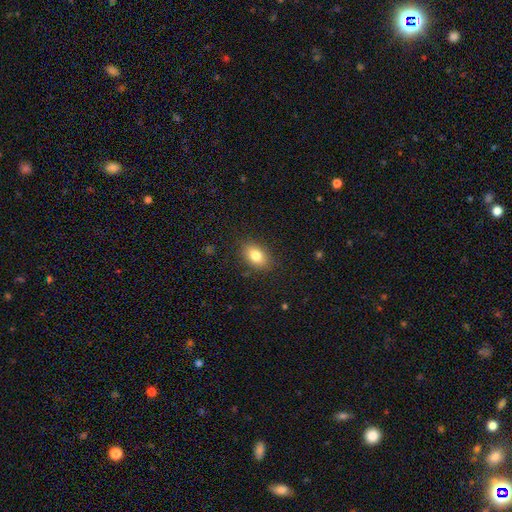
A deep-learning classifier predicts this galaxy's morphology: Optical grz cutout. It shows a smooth galaxy with no disk features (81%) that is in between round and cigar-shaped (85%). Merging: none (86%).